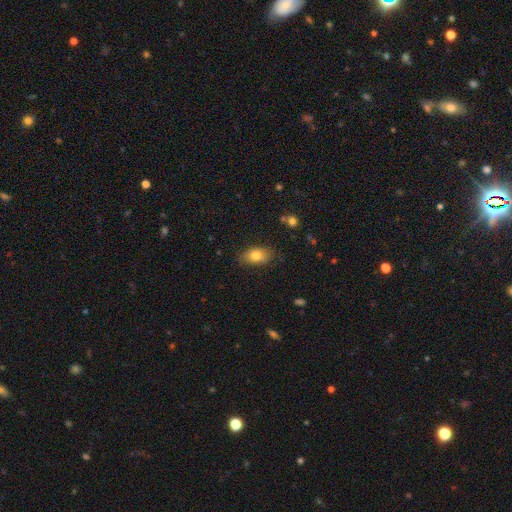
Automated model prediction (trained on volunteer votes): A smooth galaxy with no disk features (80%) that is in between round and cigar-shaped (85%).

Vote fractions:
- Smooth or featured? smooth: 80% / featured or disk: 12% / star or artifact: 9%
- How rounded? in between: 85% / round: 12% / cigar-shaped: 3%
- Merging? none: 79% / minor disturbance: 16% / major disturbance: 4% / merger: 1%